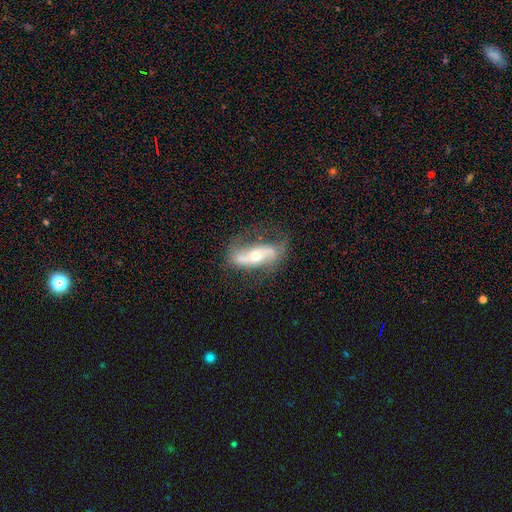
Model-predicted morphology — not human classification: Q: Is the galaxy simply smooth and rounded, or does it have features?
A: featured or disk — 76%.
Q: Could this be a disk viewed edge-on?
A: no — 85%.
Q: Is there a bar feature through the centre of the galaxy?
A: no — 41%.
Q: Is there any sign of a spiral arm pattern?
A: yes — 85%.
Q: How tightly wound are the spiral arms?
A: loose — 63%.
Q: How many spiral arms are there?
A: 2 — 87%.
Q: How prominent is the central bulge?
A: moderate — 59%.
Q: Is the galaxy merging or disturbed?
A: none — 65%.